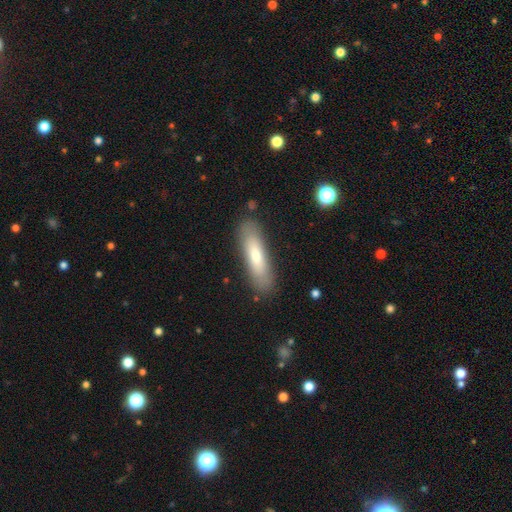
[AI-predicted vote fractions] A smooth galaxy with no disk features (68%) that is cigar-shaped (65%). Merging: none (84%).